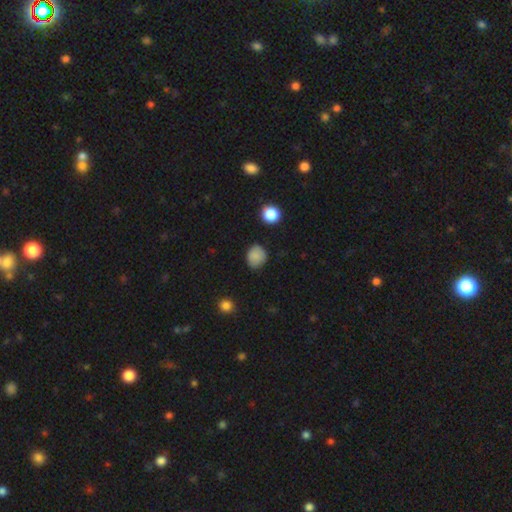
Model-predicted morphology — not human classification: Smooth or featured: smooth — 85% (star or artifact — 10%)
How rounded: round — 74% (in between — 25%)
Merging: none — 80% (minor disturbance — 15%)